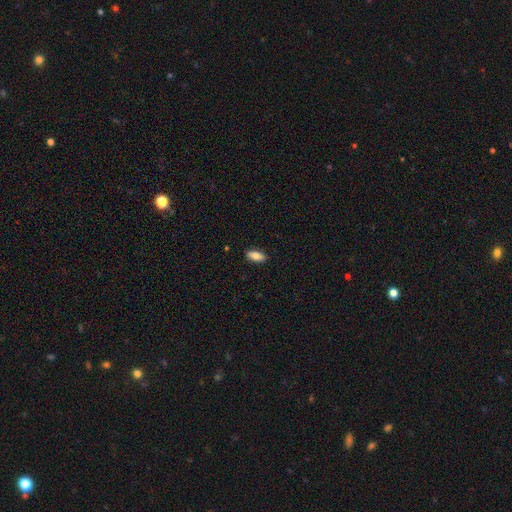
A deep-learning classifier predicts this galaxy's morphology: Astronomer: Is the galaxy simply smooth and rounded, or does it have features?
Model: smooth — 77%.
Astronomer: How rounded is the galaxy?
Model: in between — 85%.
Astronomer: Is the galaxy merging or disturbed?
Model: none — 88%.